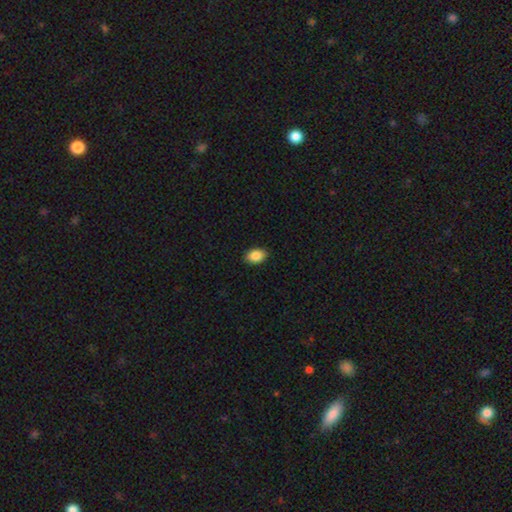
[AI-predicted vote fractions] Morphology: type=smooth (88%); roundness=in between (87%); merging=none (90%).